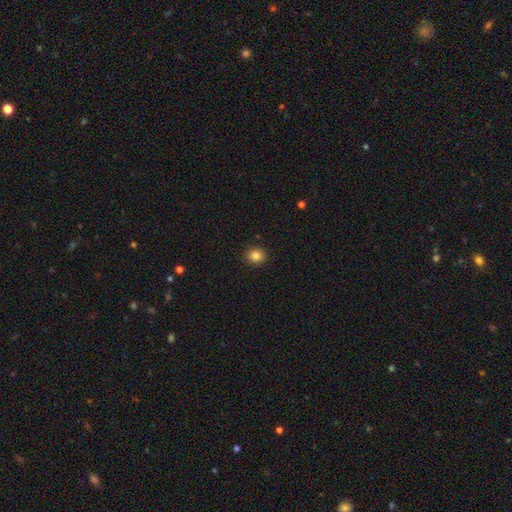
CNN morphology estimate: A smooth galaxy with no disk features (84%) that is round (79%).

Vote fractions:
- Smooth or featured? smooth: 84% / star or artifact: 11% / featured or disk: 5%
- How rounded? round: 79% / in between: 20% / cigar-shaped: 1%
- Merging? none: 91% / minor disturbance: 6% / major disturbance: 2% / merger: 1%